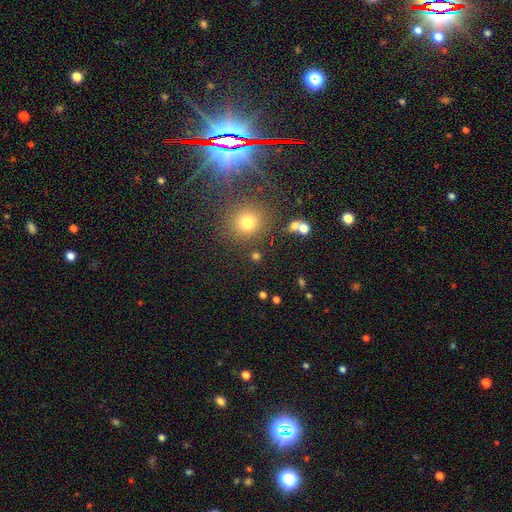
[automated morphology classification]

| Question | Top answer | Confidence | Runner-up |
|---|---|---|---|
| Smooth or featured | smooth | 65% | star or artifact (27%) |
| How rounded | round | 86% | in between (12%) |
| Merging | none | 79% | minor disturbance (9%) |